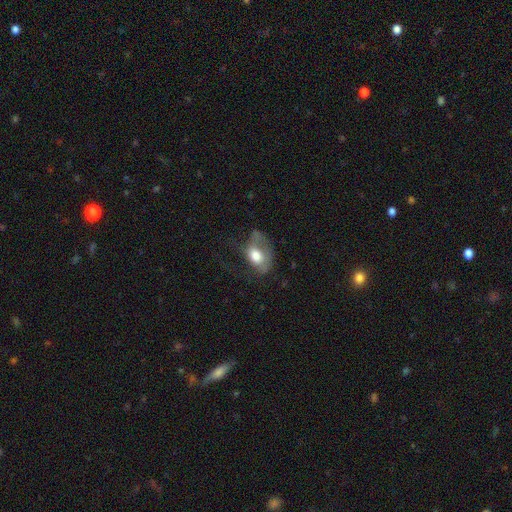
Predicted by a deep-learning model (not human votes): Overall: smooth (63%; featured or disk 29%). How rounded: in between (84%). Merging: major disturbance (46%; minor disturbance 26%).